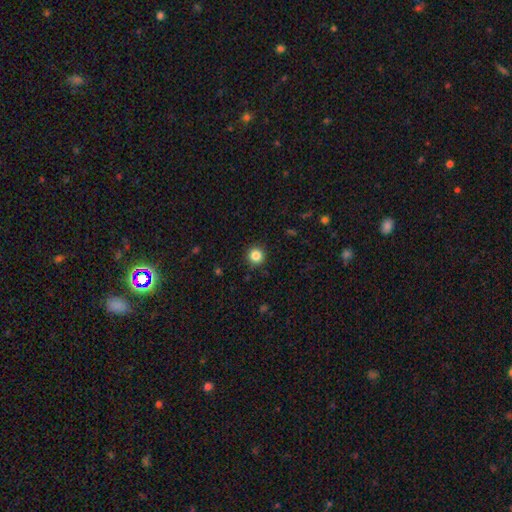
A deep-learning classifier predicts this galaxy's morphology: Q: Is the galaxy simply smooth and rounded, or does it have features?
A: smooth — 85%.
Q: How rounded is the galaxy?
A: round — 94%.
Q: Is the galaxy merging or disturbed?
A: none — 91%.